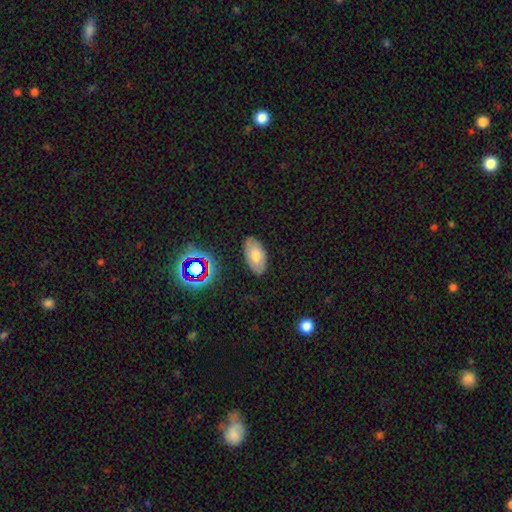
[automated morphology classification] Smooth or featured?
  - smooth: 68% *
  - featured or disk: 21%
  - star or artifact: 11%
How rounded?
  - in between: 94% *
  - round: 3%
  - cigar-shaped: 2%
Merging?
  - none: 84% *
  - minor disturbance: 12%
  - major disturbance: 3%
  - merger: 2%